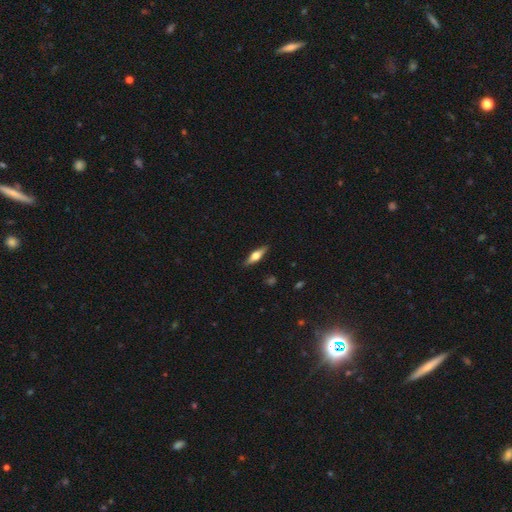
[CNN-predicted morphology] This appears to be a featured or disk galaxy (51%) viewed edge-on (93%). Merging: none (88%).